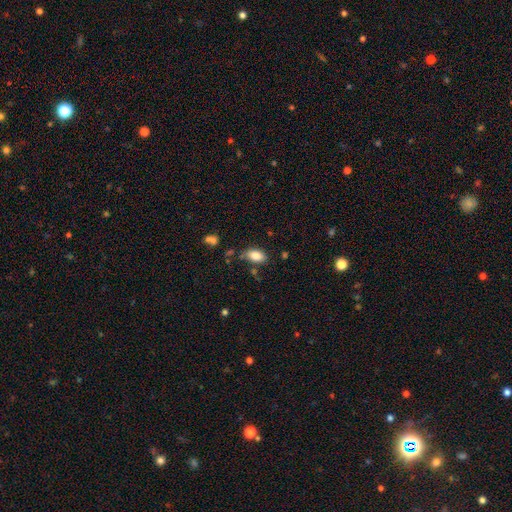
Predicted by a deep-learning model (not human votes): A smooth galaxy with no disk features (84%) that is in between round and cigar-shaped (91%).

Vote fractions:
- Smooth or featured? smooth: 84% / star or artifact: 8% / featured or disk: 8%
- How rounded? in between: 91% / round: 6% / cigar-shaped: 2%
- Merging? none: 70% / minor disturbance: 20% / major disturbance: 5% / merger: 5%